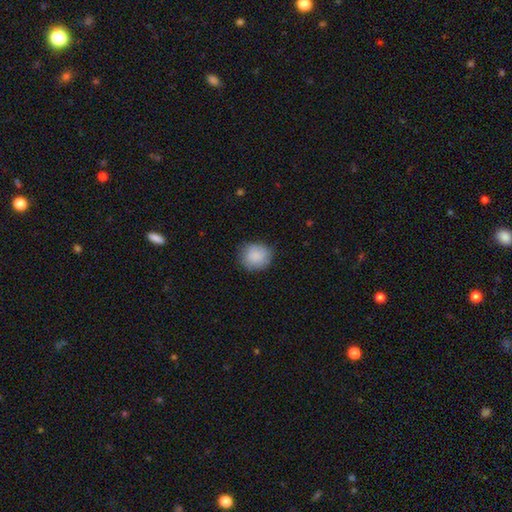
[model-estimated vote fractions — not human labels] Smooth or featured?
  - smooth: 87% *
  - star or artifact: 7%
  - featured or disk: 6%
How rounded?
  - round: 80% *
  - in between: 19%
  - cigar-shaped: 1%
Merging?
  - none: 79% *
  - minor disturbance: 16%
  - major disturbance: 4%
  - merger: 1%